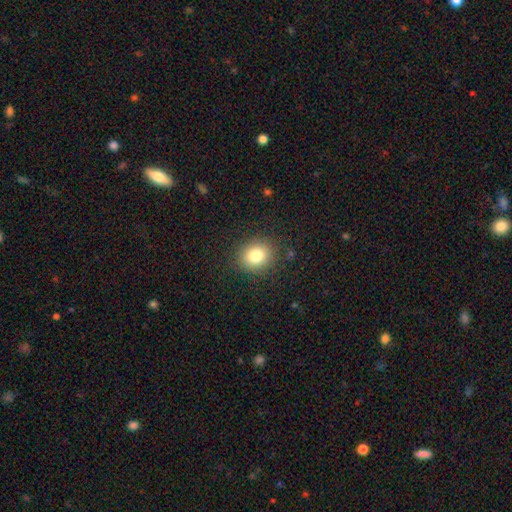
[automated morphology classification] smooth_or_featured: smooth (p=0.80) [alt: star or artifact p=0.12]
how_rounded: round (p=0.68) [alt: in between p=0.31]
merging: none (p=0.87) [alt: minor disturbance p=0.08]